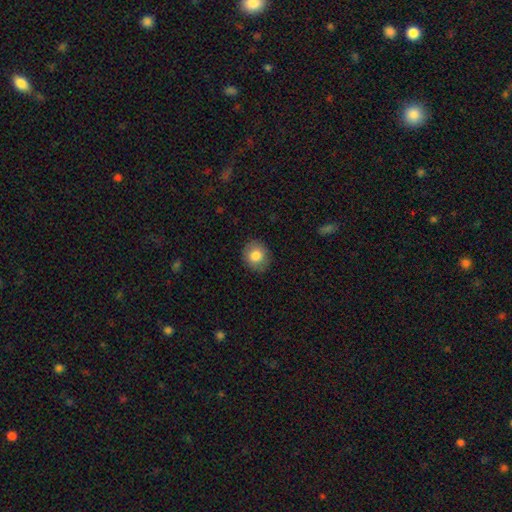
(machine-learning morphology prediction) Overall: smooth (83%). How rounded: round (75%). Merging: none (88%).